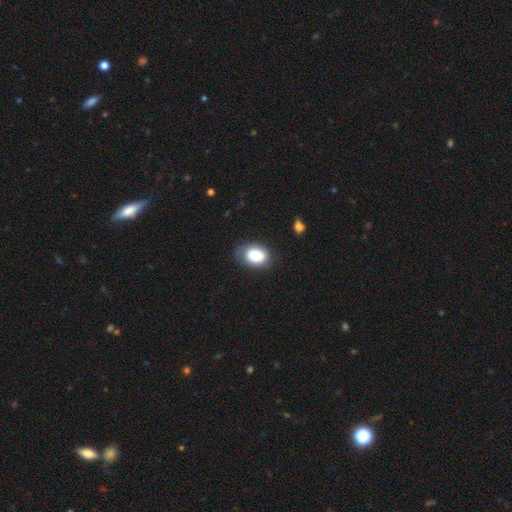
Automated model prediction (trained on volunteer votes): The model was most divided on "merging": none: 65%, minor disturbance: 25%, major disturbance: 8%, merger: 2%. More confident: smooth or featured — smooth (83%); how rounded — in between (79%).